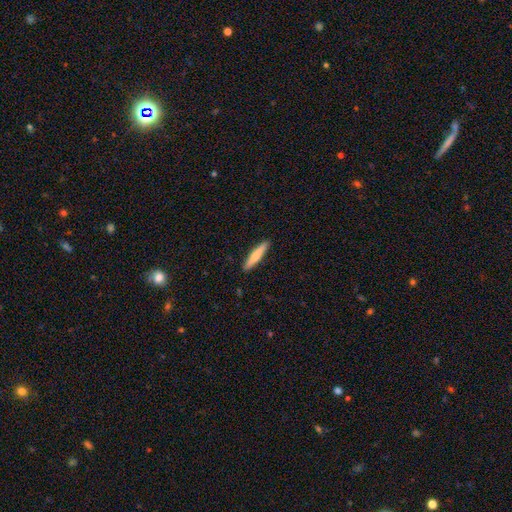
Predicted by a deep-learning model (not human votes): Morphology: type=smooth (71%); roundness=cigar-shaped (91%); merging=none (91%).